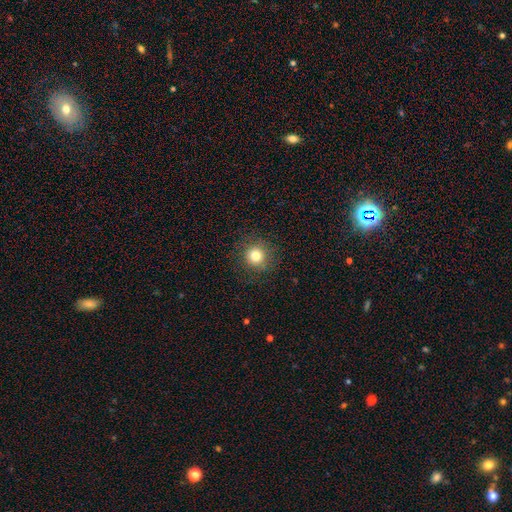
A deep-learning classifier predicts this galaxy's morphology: This is likely a smooth galaxy (80%). How rounded: clearly round (93%). Merging: clearly none (87%).